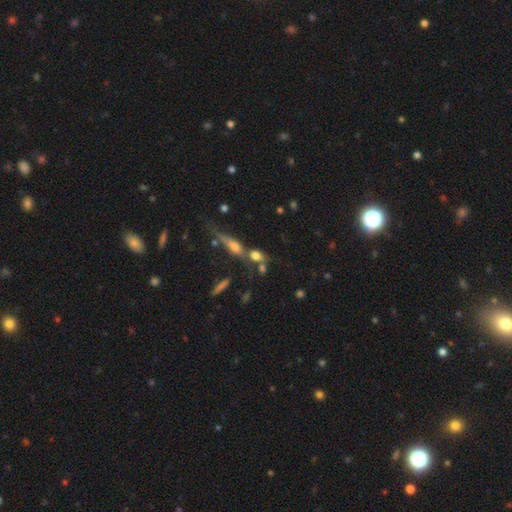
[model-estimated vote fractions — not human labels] smooth-or-featured: smooth: 63% | featured or disk: 22% | star or artifact: 15%
  how-rounded: in between: 54% | round: 27% | cigar-shaped: 19%
  merging: none: 41% | merger: 39% | minor disturbance: 12% | major disturbance: 7%